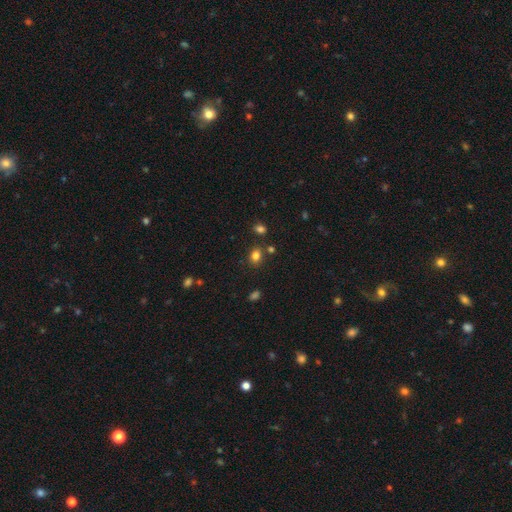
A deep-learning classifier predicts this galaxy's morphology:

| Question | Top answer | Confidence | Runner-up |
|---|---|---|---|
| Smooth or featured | smooth | 80% | star or artifact (14%) |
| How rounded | in between | 54% | round (45%) |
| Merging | none | 78% | minor disturbance (11%) |